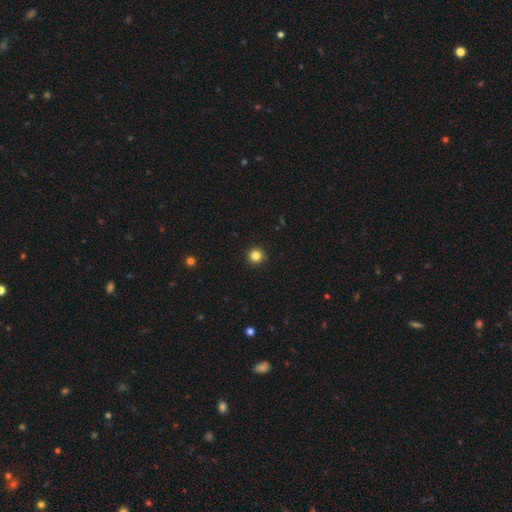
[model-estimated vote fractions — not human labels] Smooth or featured? smooth (83%)
How rounded? round (96%)
Merging? none (93%)